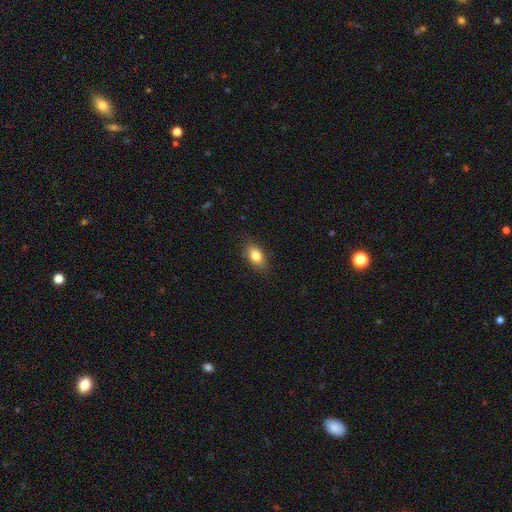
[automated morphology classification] Smooth or featured?
  - smooth: 82% *
  - featured or disk: 9%
  - star or artifact: 8%
How rounded?
  - in between: 84% *
  - round: 11%
  - cigar-shaped: 4%
Merging?
  - none: 84% *
  - minor disturbance: 12%
  - major disturbance: 3%
  - merger: 1%